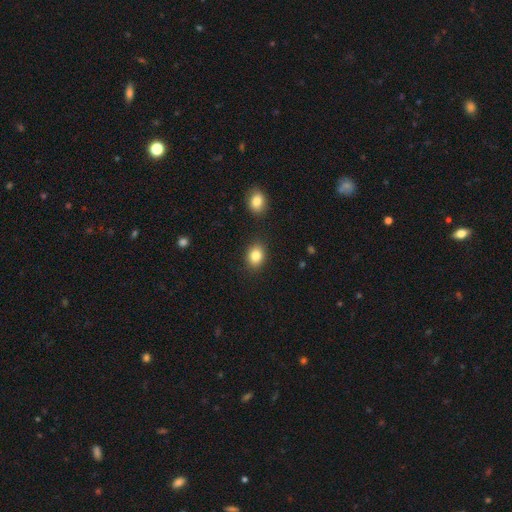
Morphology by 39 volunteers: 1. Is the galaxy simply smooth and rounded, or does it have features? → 79% smooth, 13% featured or disk, 8% star or artifact.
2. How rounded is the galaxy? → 68% in between, 32% round, 0% cigar-shaped.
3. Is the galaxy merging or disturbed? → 89% none, 6% minor disturbance, 6% merger, 0% major disturbance.